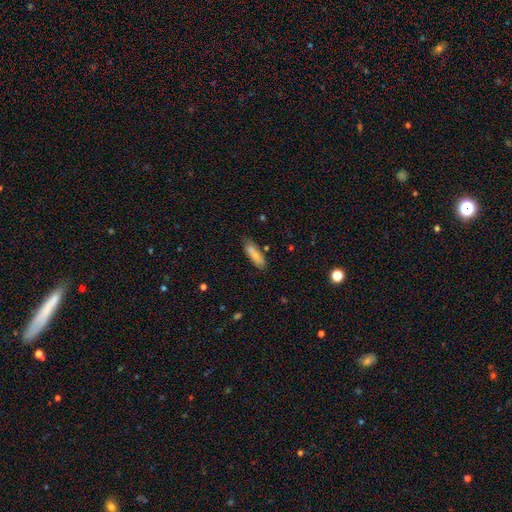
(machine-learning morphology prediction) Q: Smooth or featured?
A: smooth (72%); runner-up: featured or disk (19%)
Q: How rounded?
A: cigar-shaped (53%); runner-up: in between (45%)
Q: Merging?
A: none (67%); runner-up: minor disturbance (17%)